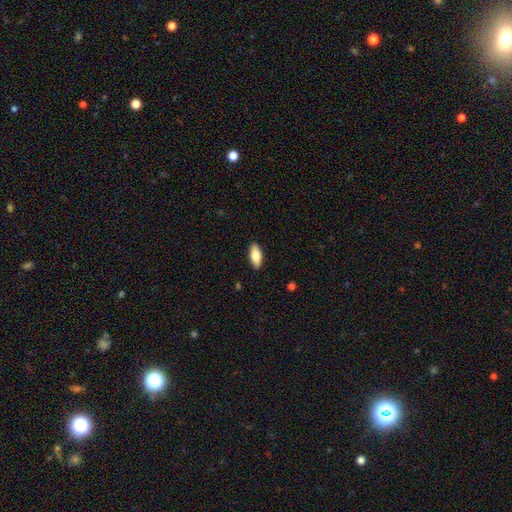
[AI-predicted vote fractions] Q: Smooth or featured?
A: smooth (77%); runner-up: featured or disk (16%)
Q: How rounded?
A: in between (83%); runner-up: cigar-shaped (15%)
Q: Merging?
A: none (89%); runner-up: minor disturbance (8%)